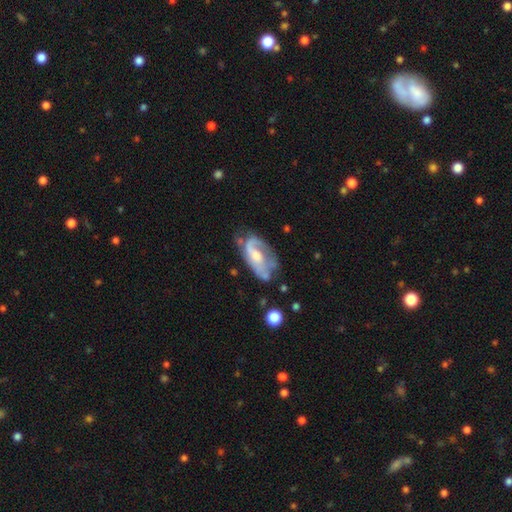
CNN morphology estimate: This is likely a featured or disk galaxy (73%). It is clearly not viewed edge-on (94%). Bar: possibly no (57%). Spiral arm pattern: likely yes (80%). Spiral arm count: marginally 2 (41%). Spiral winding: marginally medium (40%). Central bulge: possibly moderate (53%). Merging: marginally none (43%).